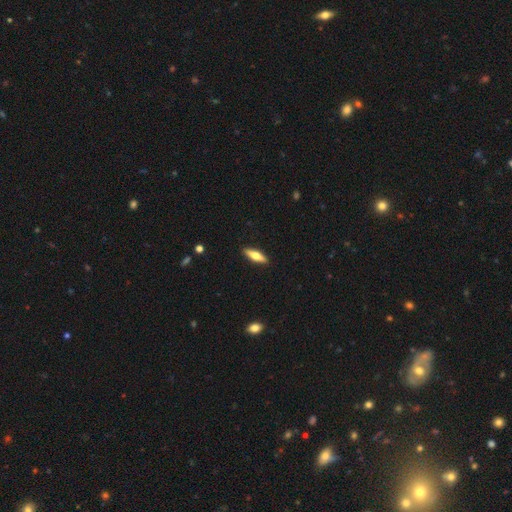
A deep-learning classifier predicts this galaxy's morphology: type=smooth (54%); roundness=cigar-shaped (60%); merging=none (90%).